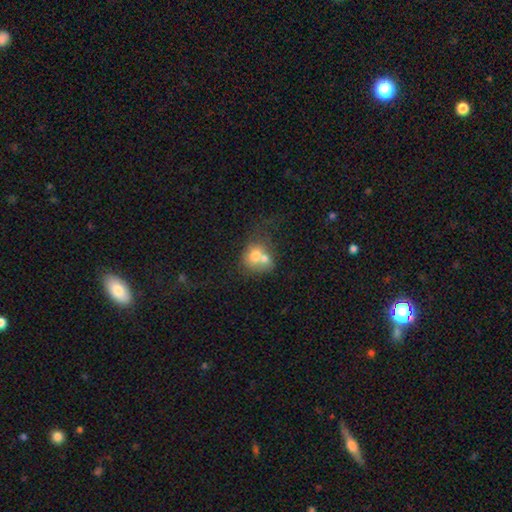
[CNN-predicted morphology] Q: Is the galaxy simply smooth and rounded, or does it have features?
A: smooth — 66%.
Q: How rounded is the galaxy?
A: round — 62%.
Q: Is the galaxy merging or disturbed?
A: merger — 65%.